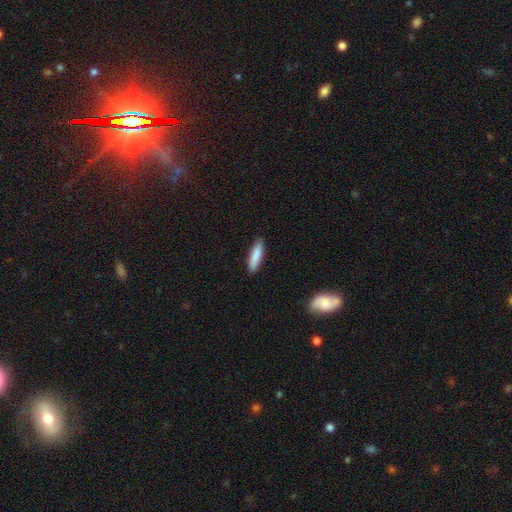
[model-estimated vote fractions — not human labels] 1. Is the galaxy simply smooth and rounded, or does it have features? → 85% smooth, 9% featured or disk, 6% star or artifact.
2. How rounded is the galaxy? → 71% cigar-shaped, 28% in between, 1% round.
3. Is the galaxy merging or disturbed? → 87% none, 10% minor disturbance, 2% major disturbance, 1% merger.